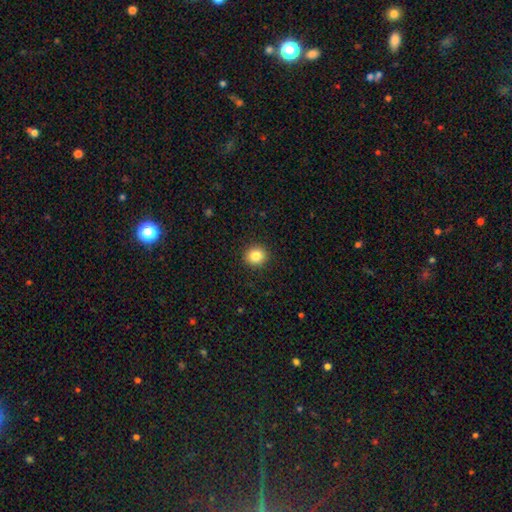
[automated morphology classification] Q: Smooth or featured?
A: smooth (84%); runner-up: star or artifact (11%)
Q: How rounded?
A: round (86%); runner-up: in between (13%)
Q: Merging?
A: none (92%); runner-up: minor disturbance (5%)